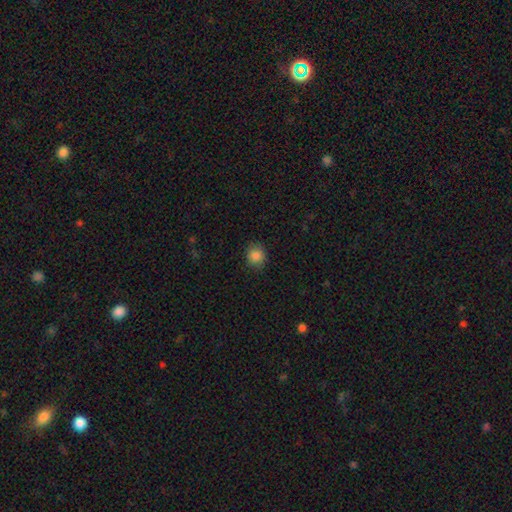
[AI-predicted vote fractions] Overall: smooth (86%). How rounded: round (84%). Merging: none (87%).